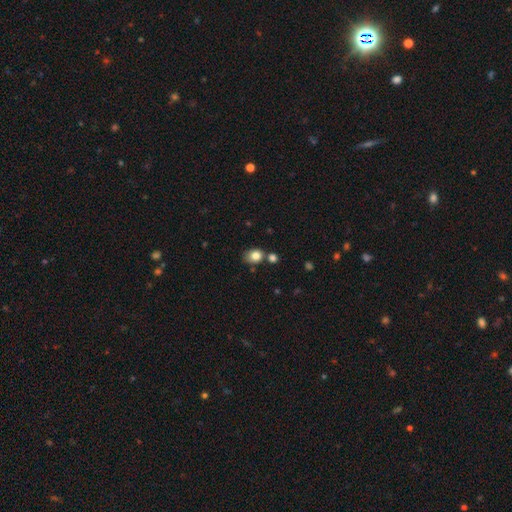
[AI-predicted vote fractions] smooth-or-featured: smooth: 82% | star or artifact: 10% | featured or disk: 8%
  how-rounded: in between: 52% | round: 47% | cigar-shaped: 1%
  merging: none: 62% | minor disturbance: 17% | merger: 16% | major disturbance: 5%